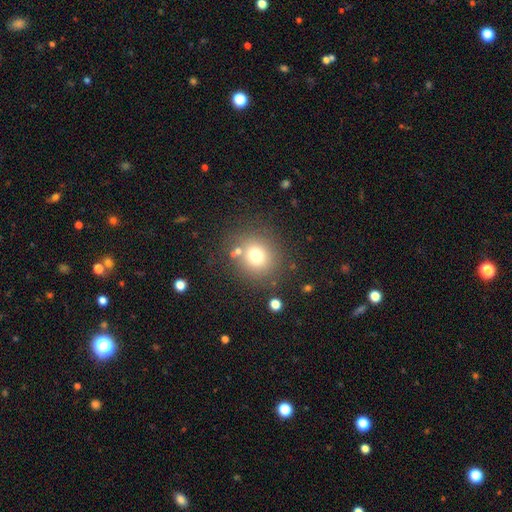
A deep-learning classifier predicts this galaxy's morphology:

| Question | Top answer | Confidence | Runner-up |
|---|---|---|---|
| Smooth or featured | smooth | 72% | star or artifact (16%) |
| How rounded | round | 88% | in between (11%) |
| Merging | none | 78% | minor disturbance (10%) |